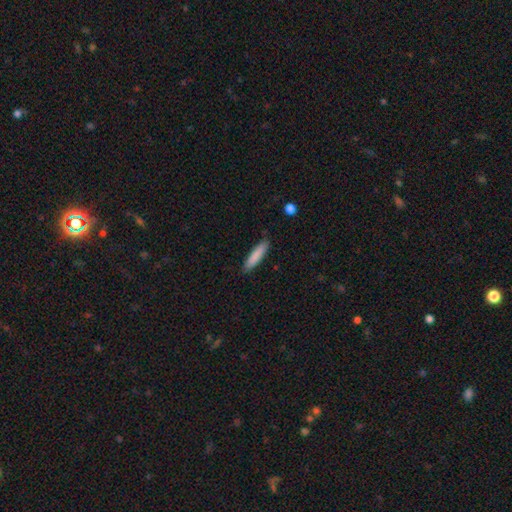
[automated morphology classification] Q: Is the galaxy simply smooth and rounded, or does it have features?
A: smooth — 85%.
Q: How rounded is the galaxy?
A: cigar-shaped — 82%.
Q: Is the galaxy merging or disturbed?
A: none — 87%.